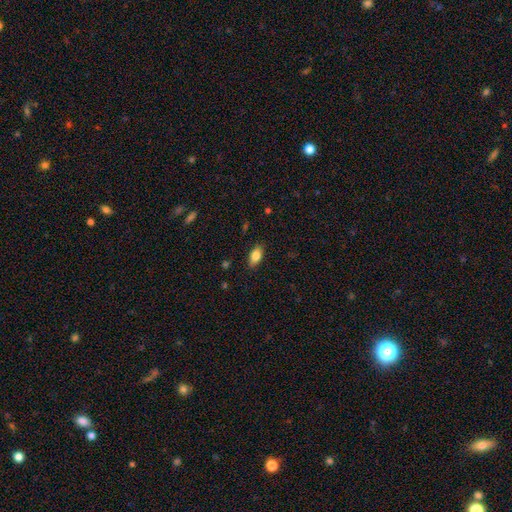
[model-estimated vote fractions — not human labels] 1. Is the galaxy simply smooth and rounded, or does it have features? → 82% smooth, 11% featured or disk, 7% star or artifact.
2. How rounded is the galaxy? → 89% in between, 7% cigar-shaped, 4% round.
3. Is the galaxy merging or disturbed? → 86% none, 11% minor disturbance, 2% major disturbance, 1% merger.